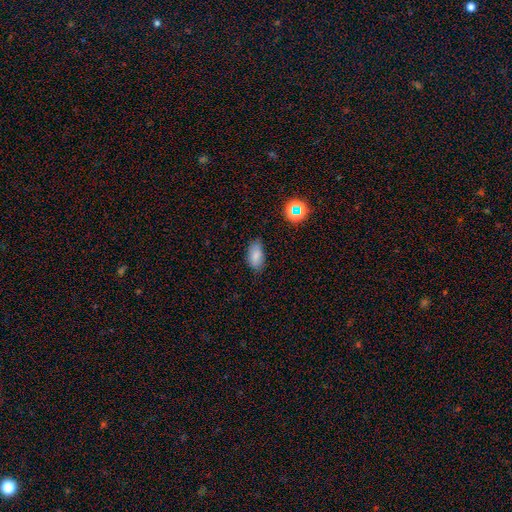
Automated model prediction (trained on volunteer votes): smooth-or-featured: smooth: 82% | star or artifact: 11% | featured or disk: 7%
  how-rounded: in between: 91% | round: 5% | cigar-shaped: 3%
  merging: none: 72% | minor disturbance: 22% | major disturbance: 4% | merger: 2%